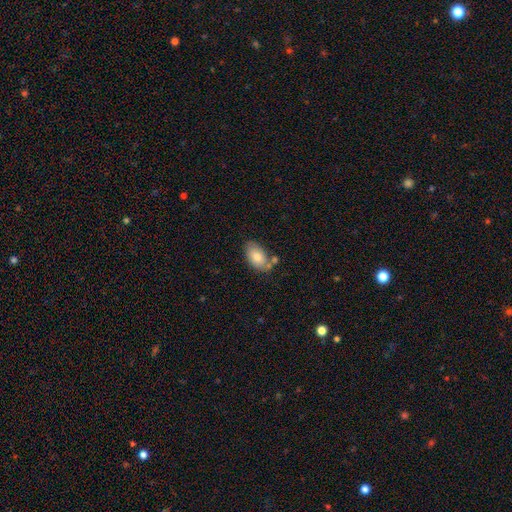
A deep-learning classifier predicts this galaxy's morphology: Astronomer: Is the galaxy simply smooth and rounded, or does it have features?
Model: smooth — 77%.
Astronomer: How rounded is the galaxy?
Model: in between — 92%.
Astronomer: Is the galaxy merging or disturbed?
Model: none — 65%.